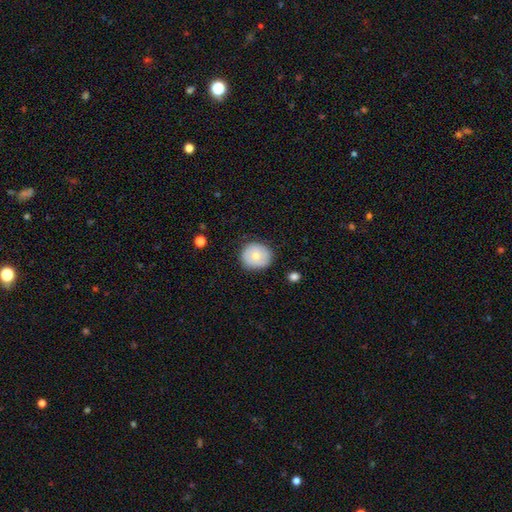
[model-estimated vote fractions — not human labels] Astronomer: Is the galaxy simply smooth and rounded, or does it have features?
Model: smooth — 70%.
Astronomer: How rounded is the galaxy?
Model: round — 84%.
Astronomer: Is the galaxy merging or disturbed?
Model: none — 84%.